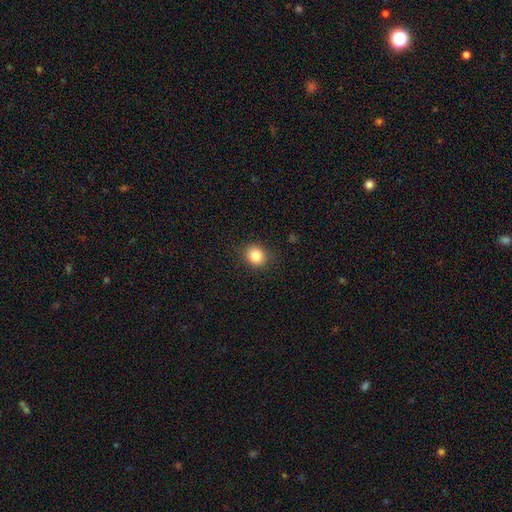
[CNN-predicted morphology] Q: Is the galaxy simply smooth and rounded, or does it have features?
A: smooth — 83%.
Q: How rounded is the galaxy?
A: round — 80%.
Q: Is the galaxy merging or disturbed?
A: none — 89%.